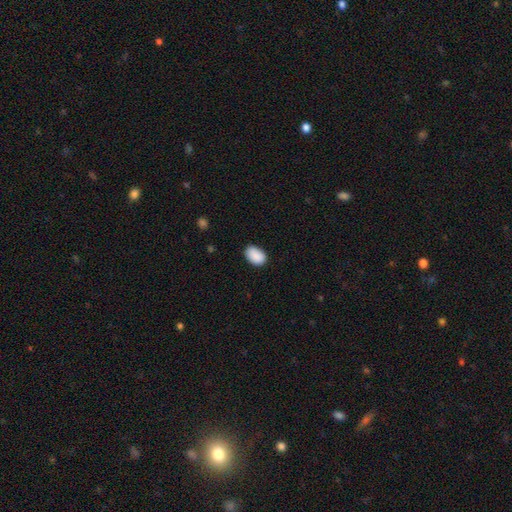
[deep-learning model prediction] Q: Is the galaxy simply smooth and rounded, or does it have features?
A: smooth — 90%.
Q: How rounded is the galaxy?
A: in between — 88%.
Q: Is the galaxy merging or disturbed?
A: none — 81%.